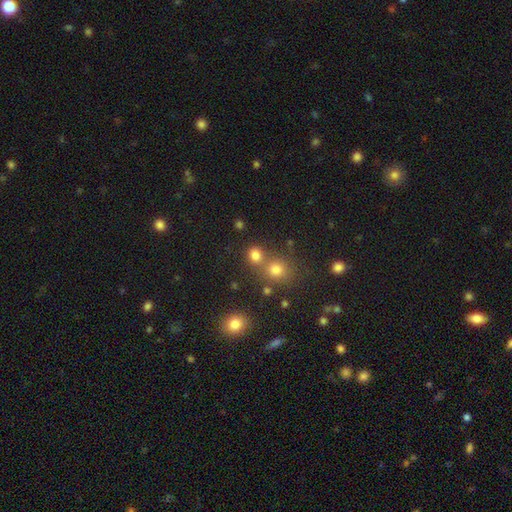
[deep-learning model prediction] smooth 77%, star or artifact 16%, featured or disk 7%. Down the decision tree: how rounded — round (78%); merging — none (59%).